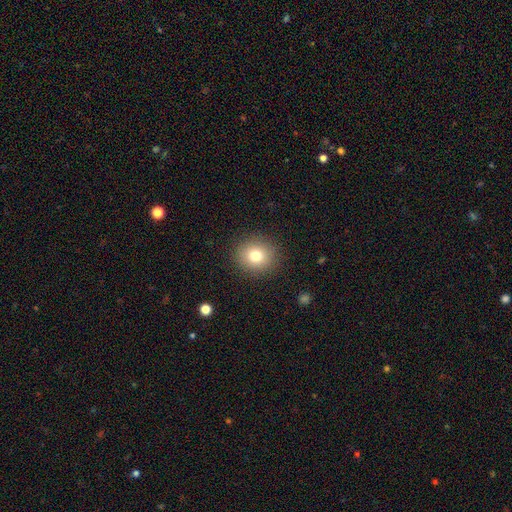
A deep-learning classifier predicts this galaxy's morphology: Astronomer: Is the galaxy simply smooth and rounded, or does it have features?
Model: smooth — 78%.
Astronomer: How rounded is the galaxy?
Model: round — 85%.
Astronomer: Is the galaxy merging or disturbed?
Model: none — 89%.